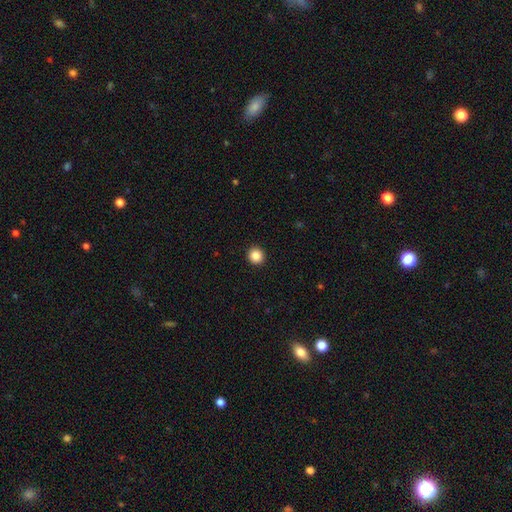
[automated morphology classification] A smooth galaxy with no disk features (86%) that is round (94%).

Vote fractions:
- Smooth or featured? smooth: 86% / star or artifact: 10% / featured or disk: 4%
- How rounded? round: 94% / in between: 5% / cigar-shaped: 1%
- Merging? none: 94% / minor disturbance: 4% / major disturbance: 1% / merger: 1%